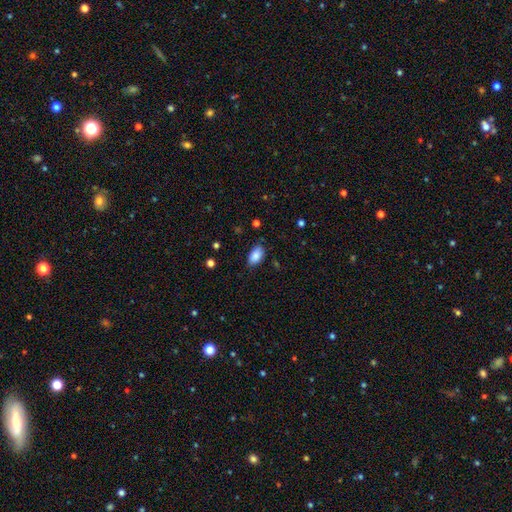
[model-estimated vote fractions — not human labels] Smooth or featured? Predicted: smooth (p=0.88). How rounded? Predicted: in between (p=0.94). Merging? Predicted: none (p=0.81).